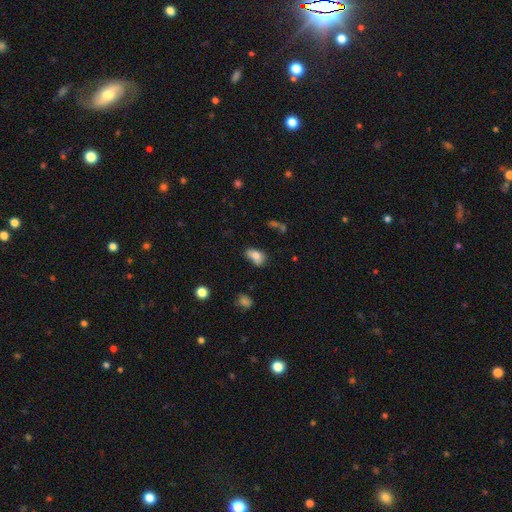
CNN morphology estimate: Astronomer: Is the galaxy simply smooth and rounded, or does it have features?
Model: smooth — 77%.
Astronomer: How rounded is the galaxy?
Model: in between — 83%.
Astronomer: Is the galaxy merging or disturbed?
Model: none — 44% (runner-up: minor disturbance, 35%).